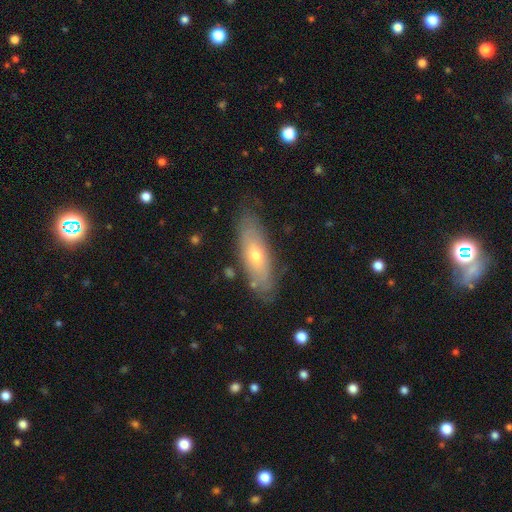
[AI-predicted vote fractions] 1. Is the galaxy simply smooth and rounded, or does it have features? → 50% featured or disk, 43% smooth, 7% star or artifact.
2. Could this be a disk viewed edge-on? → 68% no, 32% yes.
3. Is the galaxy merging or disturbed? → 78% none, 16% minor disturbance, 4% major disturbance, 2% merger.